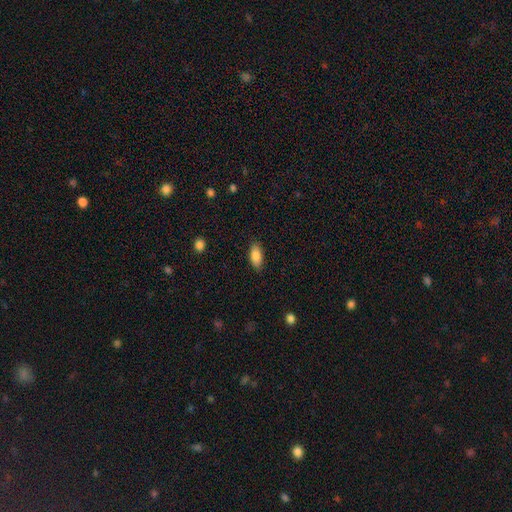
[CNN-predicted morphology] smooth_or_featured: smooth (p=0.86) [alt: featured or disk p=0.08]
how_rounded: in between (p=0.89) [alt: cigar-shaped p=0.09]
merging: none (p=0.86) [alt: minor disturbance p=0.10]